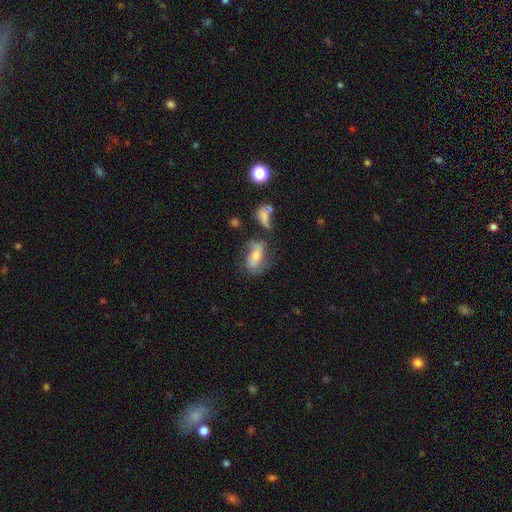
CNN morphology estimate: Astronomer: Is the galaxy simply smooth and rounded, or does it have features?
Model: featured or disk — 50% (runner-up: smooth, 41%).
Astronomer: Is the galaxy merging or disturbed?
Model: none — 53%.